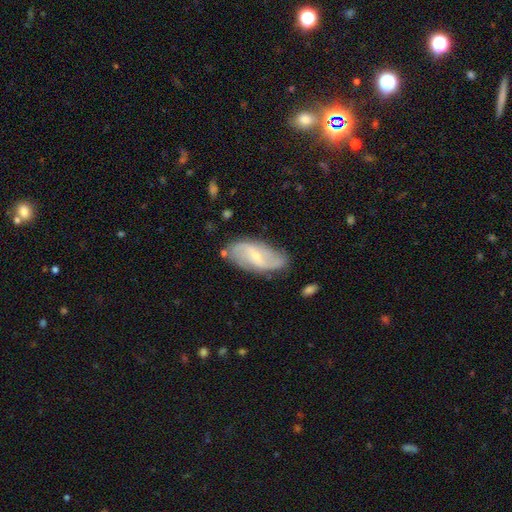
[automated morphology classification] Overall: featured or disk (73%). Edge-on disk: no (92%). Bar: weak (50%; no 30%). Spiral arms: yes (88%). Spiral arm count: 2 (75%). Spiral winding: loose (55%; medium 30%). Bulge size: small (69%). Merging: none (76%).